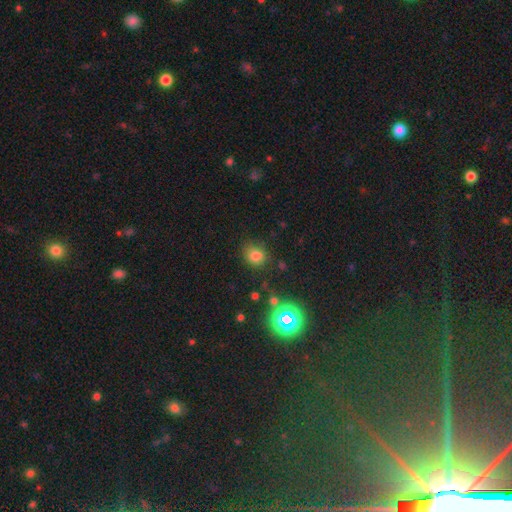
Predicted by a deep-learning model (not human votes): Smooth or featured? Predicted: smooth (p=0.75). How rounded? Predicted: round (p=0.68). Merging? Predicted: none (p=0.75).